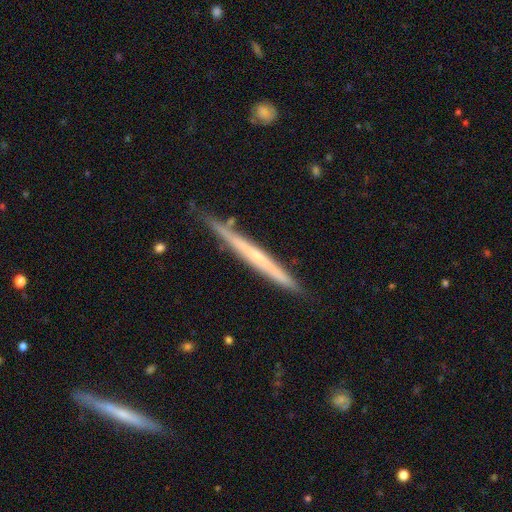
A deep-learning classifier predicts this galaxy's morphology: Smooth or featured: featured or disk — 60% (smooth — 34%)
Edge-on disk: yes — 97% (no — 3%)
Edge-on bulge: none — 73% (rounded — 23%)
Merging: none — 84% (minor disturbance — 12%)